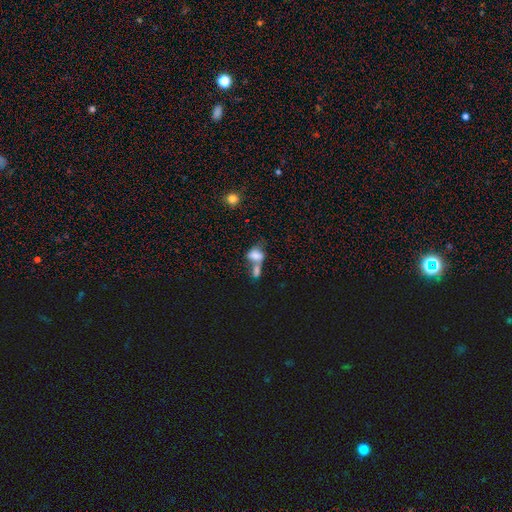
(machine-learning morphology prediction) Smooth or featured? smooth (70%)
How rounded? in between (80%)
Merging? merger (69%)